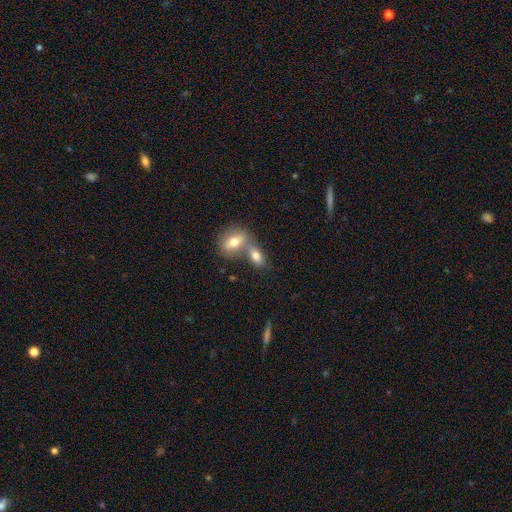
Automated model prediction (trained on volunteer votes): Smooth or featured? Predicted: smooth (p=0.77). How rounded? Predicted: in between (p=0.84). Merging? Predicted: merger (p=0.56).